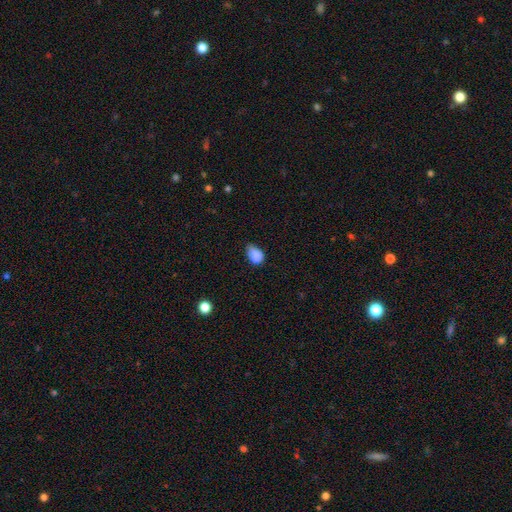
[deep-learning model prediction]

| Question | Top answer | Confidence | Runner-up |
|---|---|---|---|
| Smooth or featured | smooth | 83% | star or artifact (9%) |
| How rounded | in between | 83% | round (16%) |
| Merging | minor disturbance | 44% | none (43%) |